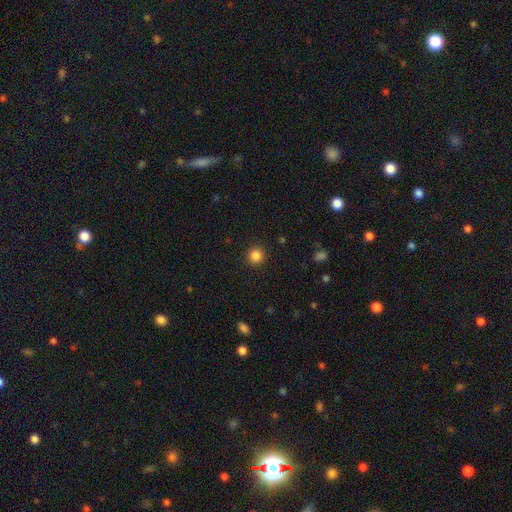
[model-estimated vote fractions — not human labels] The model was most divided on "smooth or featured": smooth: 85%, star or artifact: 11%, featured or disk: 4%. More confident: how rounded — round (93%); merging — none (92%).